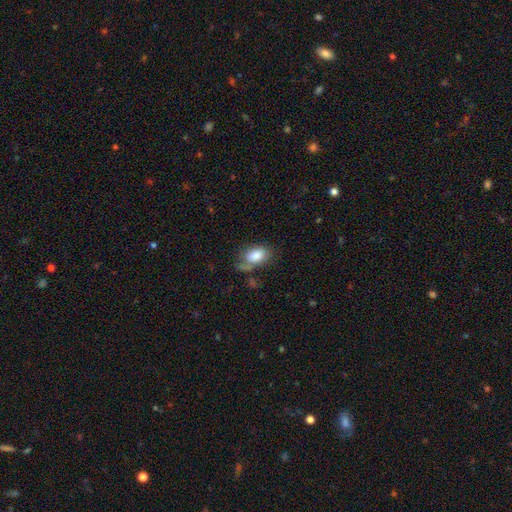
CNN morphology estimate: Smooth or featured? Predicted: smooth (p=0.81). How rounded? Predicted: in between (p=0.91). Merging? Predicted: none (p=0.51).